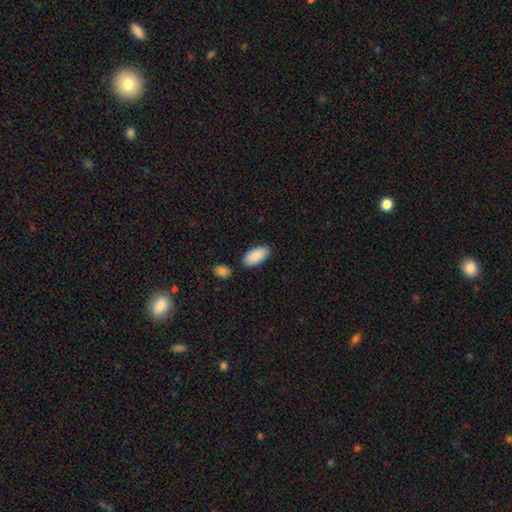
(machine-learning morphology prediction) Smooth or featured? smooth (90%)
How rounded? in between (94%)
Merging? none (81%)